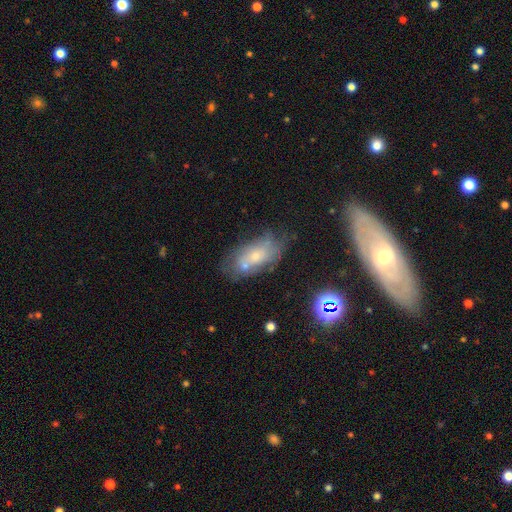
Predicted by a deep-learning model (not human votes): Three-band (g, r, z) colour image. It shows a smooth galaxy with no disk features (47%). Merging: none (47%).